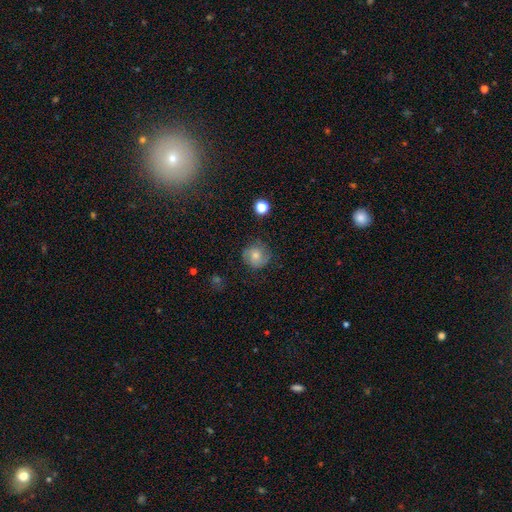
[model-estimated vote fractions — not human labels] A smooth galaxy with no disk features (58%) that is round (87%). Merging: none (75%).